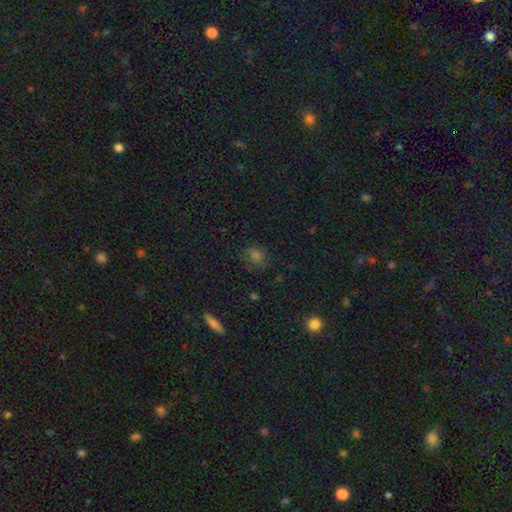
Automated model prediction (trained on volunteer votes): smooth-or-featured: smooth: 61% | star or artifact: 28% | featured or disk: 11%
  how-rounded: round: 57% | in between: 41% | cigar-shaped: 2%
  merging: none: 74% | minor disturbance: 18% | major disturbance: 6% | merger: 2%